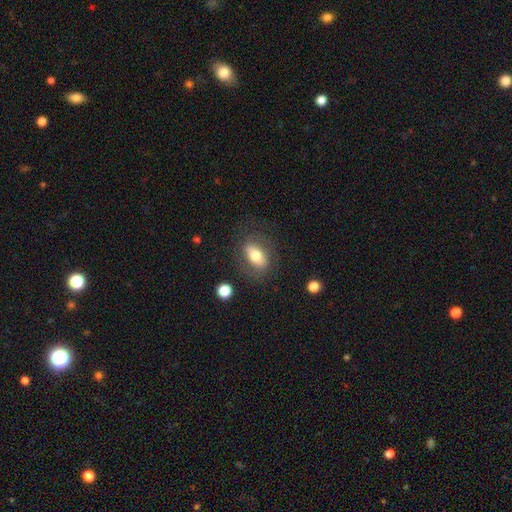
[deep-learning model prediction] A smooth galaxy with no disk features (65%) that is in between round and cigar-shaped (84%).

Vote fractions:
- Smooth or featured? smooth: 65% / featured or disk: 28% / star or artifact: 8%
- How rounded? in between: 84% / round: 11% / cigar-shaped: 5%
- Merging? none: 75% / minor disturbance: 15% / major disturbance: 8% / merger: 2%